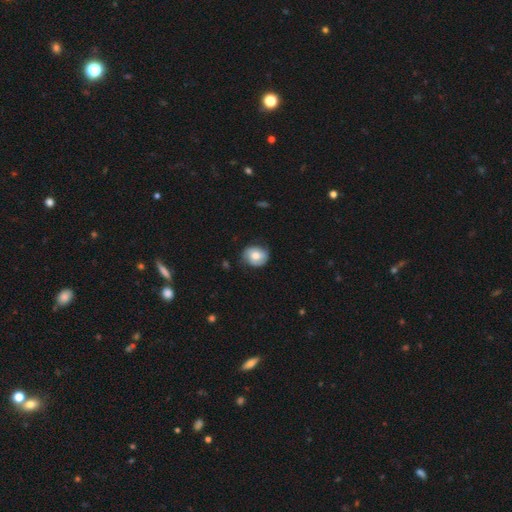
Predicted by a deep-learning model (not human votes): Smooth or featured? smooth (64%)
How rounded? round (63%)
Merging? none (70%)